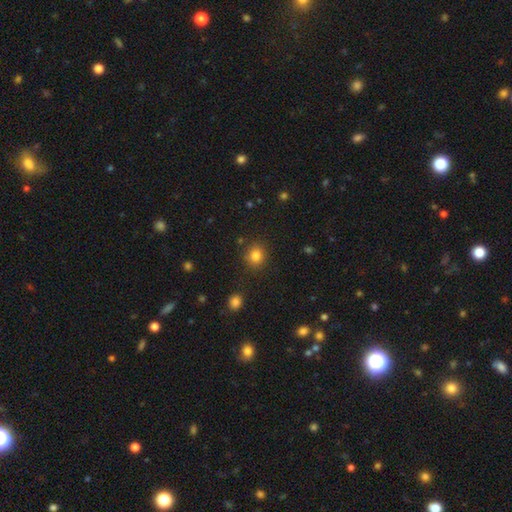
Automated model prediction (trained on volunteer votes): Smooth or featured? Predicted: smooth (p=0.83). How rounded? Predicted: round (p=0.77). Merging? Predicted: none (p=0.86).